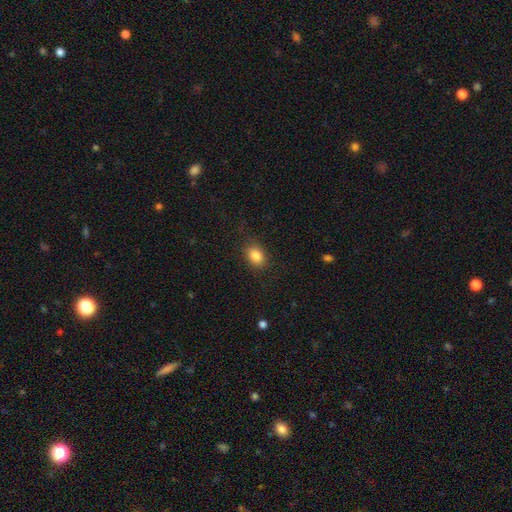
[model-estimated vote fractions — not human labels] Smooth or featured? Predicted: smooth (p=0.84). How rounded? Predicted: in between (p=0.63). Merging? Predicted: none (p=0.86).